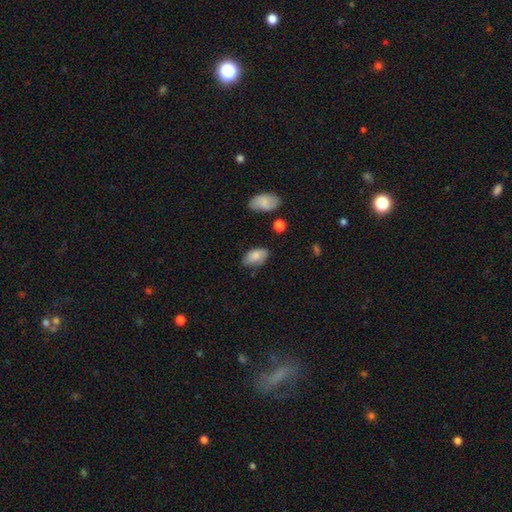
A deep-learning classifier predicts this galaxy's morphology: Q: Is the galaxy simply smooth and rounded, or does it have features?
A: smooth — 80%.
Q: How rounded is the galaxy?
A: in between — 93%.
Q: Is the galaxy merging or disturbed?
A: none — 67%.